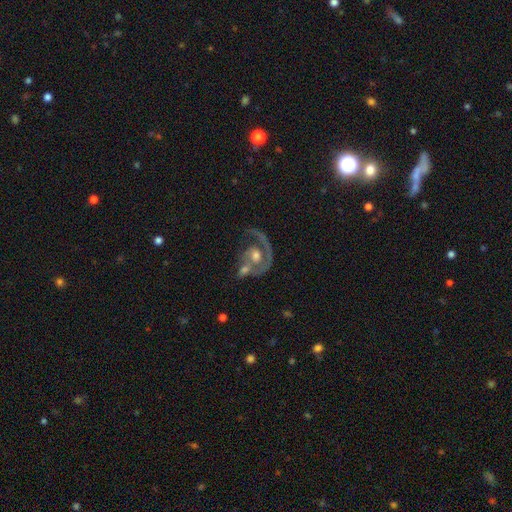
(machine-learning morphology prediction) The model was most divided on "spiral winding": tight: 38%, medium: 36%, loose: 26%. Remaining: edge-on disk — no (97%); spiral arms — yes (83%); smooth or featured — featured or disk (80%); spiral arm count — 1 (76%); bar — no (73%); bulge size — moderate (68%); merging — merger (41%).